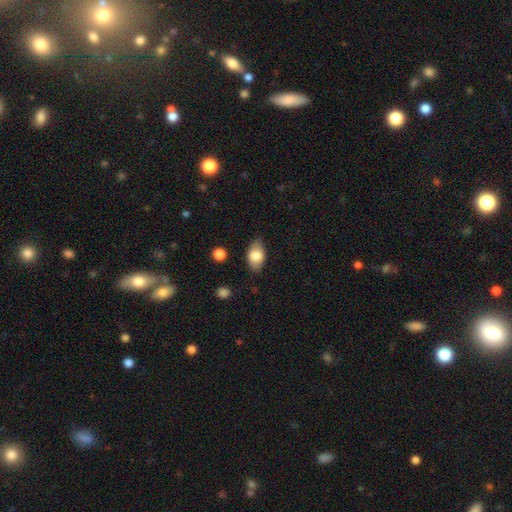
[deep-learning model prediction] Smooth or featured: smooth — 77% (featured or disk — 16%)
How rounded: in between — 90% (round — 8%)
Merging: none — 76% (minor disturbance — 18%)